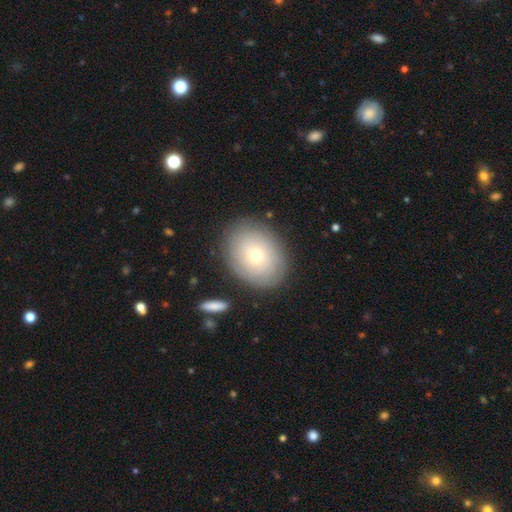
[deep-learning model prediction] The model was most divided on "how rounded": in between: 60%, round: 39%, cigar-shaped: 1%. More confident: merging — none (83%); smooth or featured — smooth (66%).